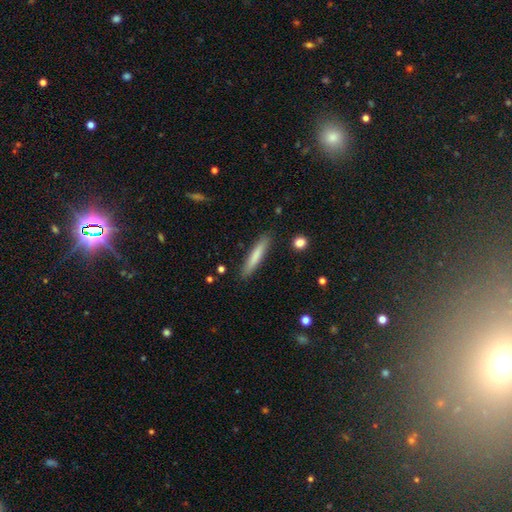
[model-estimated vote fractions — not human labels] smooth-or-featured: smooth: 76% | featured or disk: 18% | star or artifact: 6%
  how-rounded: cigar-shaped: 92% | in between: 7% | round: 1%
  merging: none: 89% | minor disturbance: 8% | major disturbance: 2% | merger: 1%